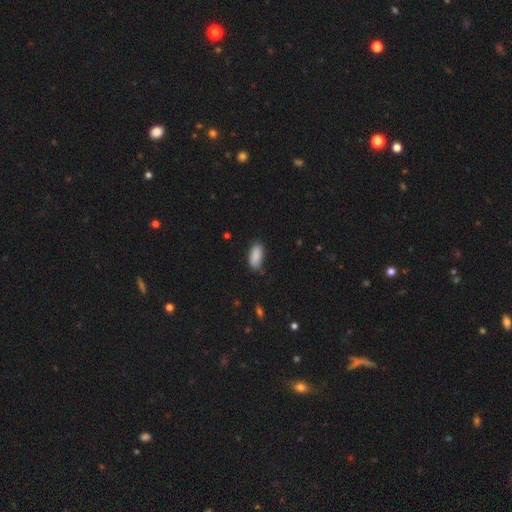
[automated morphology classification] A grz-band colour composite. It shows a smooth galaxy with no disk features (90%) that is in between round and cigar-shaped (87%). Merging: none (83%).